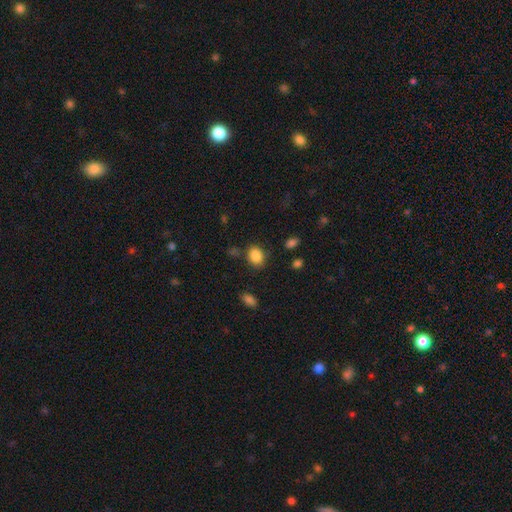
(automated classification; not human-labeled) Smooth or featured? smooth (86%)
How rounded? in between (63%)
Merging? none (78%)